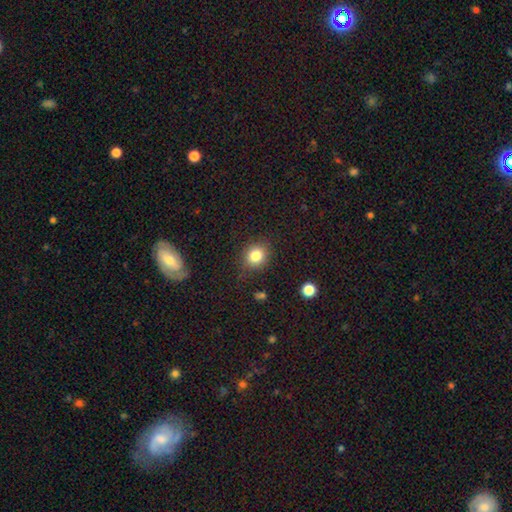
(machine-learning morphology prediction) smooth 82%, star or artifact 11%, featured or disk 7%. Down the decision tree: how rounded — round (79%); merging — none (84%).